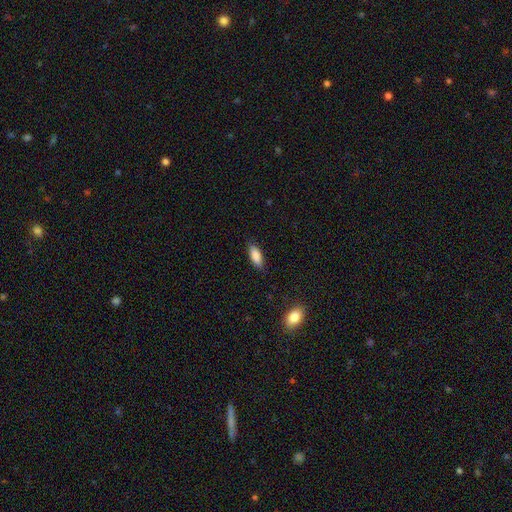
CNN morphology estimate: This appears to be a smooth galaxy with no disk features (88%) that is in between round and cigar-shaped (82%). Merging: none (85%).